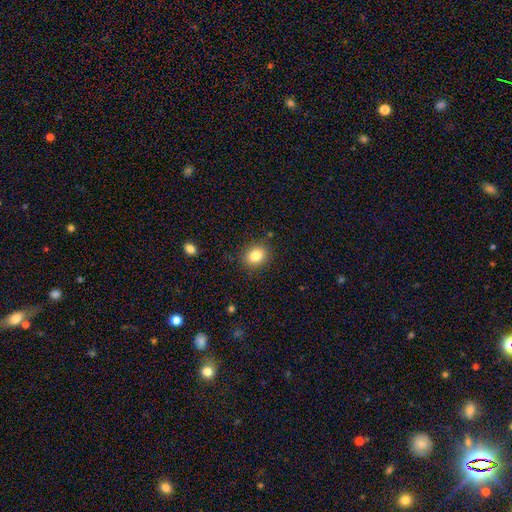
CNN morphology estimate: A smooth galaxy with no disk features (83%) that is round (58%). Merging: none (87%).